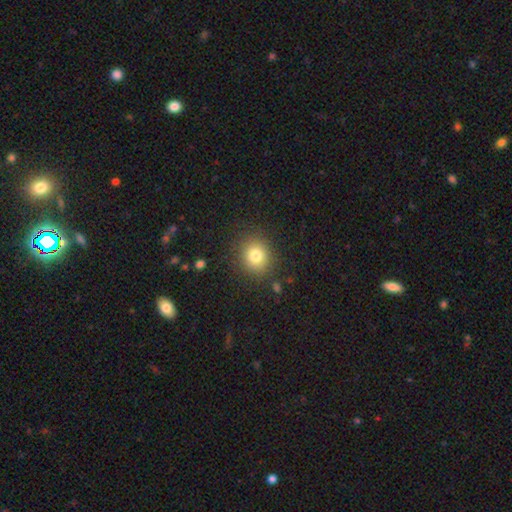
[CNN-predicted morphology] This appears to be a smooth galaxy with no disk features (79%) that is round (82%). Merging: none (87%).